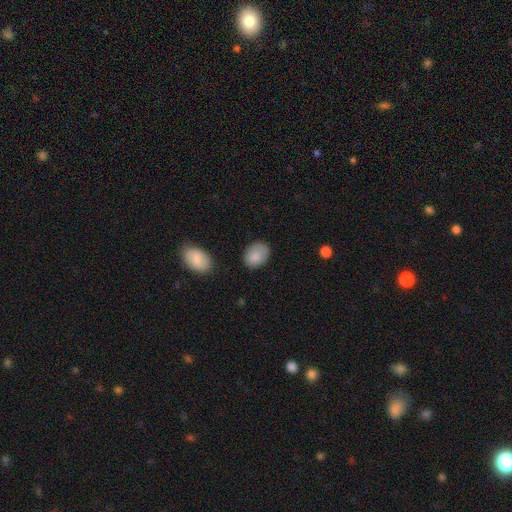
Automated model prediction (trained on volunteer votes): Q: Smooth or featured?
A: smooth (86%); runner-up: star or artifact (7%)
Q: How rounded?
A: in between (73%); runner-up: round (26%)
Q: Merging?
A: none (76%); runner-up: minor disturbance (18%)